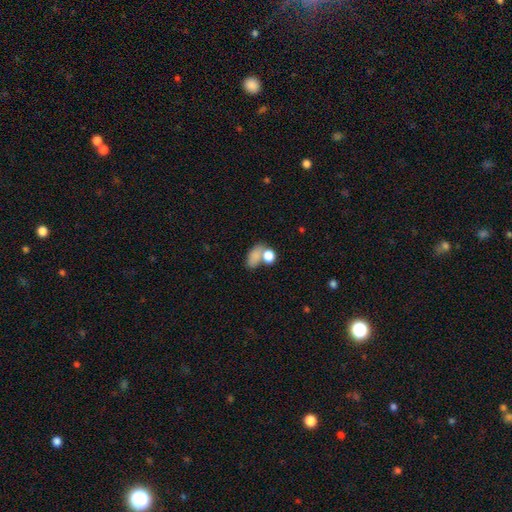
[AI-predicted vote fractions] A smooth galaxy with no disk features (78%) that is in between round and cigar-shaped (74%). Merging: merger (40%).